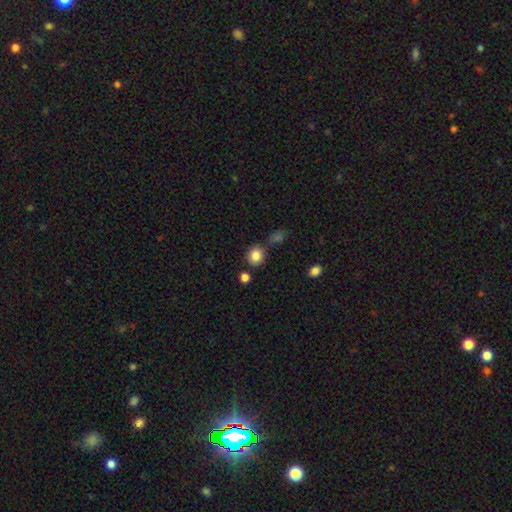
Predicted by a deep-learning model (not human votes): This is clearly a smooth galaxy (84%). How rounded: clearly round (85%). Merging: likely none (76%).